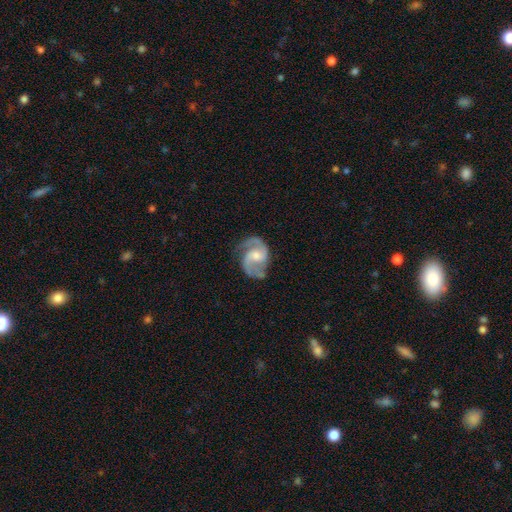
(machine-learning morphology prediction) type=featured or disk (90%); edge-on=no (98%); bar=no (47%); spiral arms=yes (98%); winding=medium (59%); arm count=2 (92%); bulge=moderate (56%); merging=none (71%).